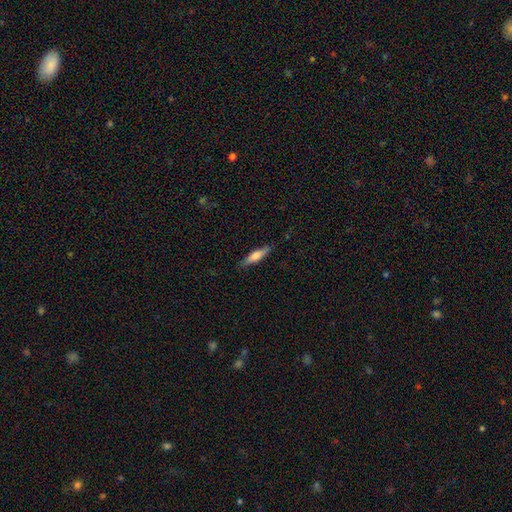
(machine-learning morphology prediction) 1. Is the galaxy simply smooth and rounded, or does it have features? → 59% smooth, 35% featured or disk, 6% star or artifact.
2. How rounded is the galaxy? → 78% cigar-shaped, 20% in between, 2% round.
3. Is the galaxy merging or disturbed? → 86% none, 10% minor disturbance, 2% major disturbance, 1% merger.